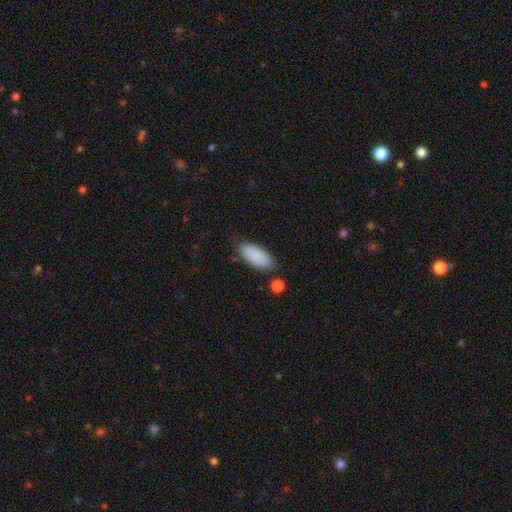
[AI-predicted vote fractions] This is clearly a smooth galaxy (88%). How rounded: clearly in between (88%). Merging: likely none (76%).